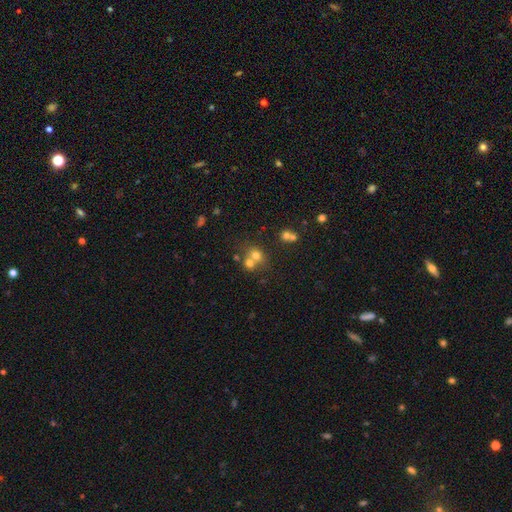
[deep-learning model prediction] smooth-or-featured: smooth: 66% | star or artifact: 18% | featured or disk: 17%
  how-rounded: round: 72% | in between: 27% | cigar-shaped: 1%
  merging: merger: 50% | none: 39% | minor disturbance: 7% | major disturbance: 4%